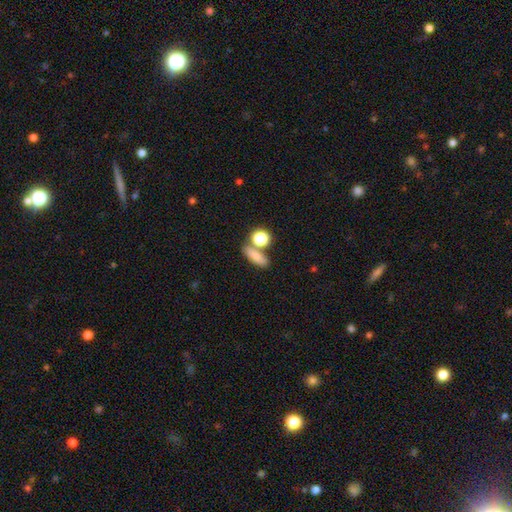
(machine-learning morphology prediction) The model was most divided on "how rounded": in between: 55%, cigar-shaped: 25%, round: 20%. More confident: smooth or featured — smooth (80%); merging — none (61%).